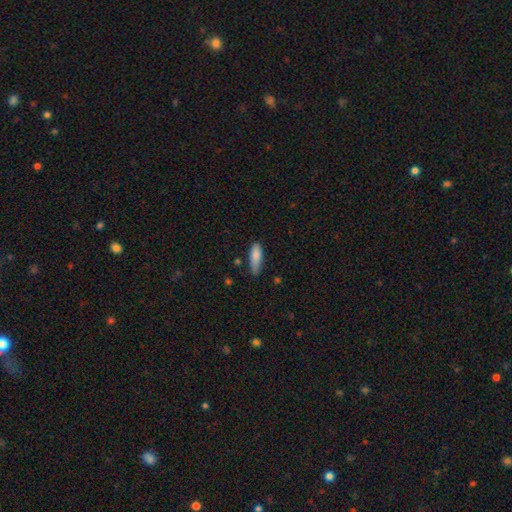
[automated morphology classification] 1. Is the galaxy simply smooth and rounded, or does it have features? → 84% smooth, 10% featured or disk, 6% star or artifact.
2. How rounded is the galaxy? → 50% cigar-shaped, 48% in between, 2% round.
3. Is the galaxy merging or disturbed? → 65% none, 27% minor disturbance, 5% major disturbance, 3% merger.